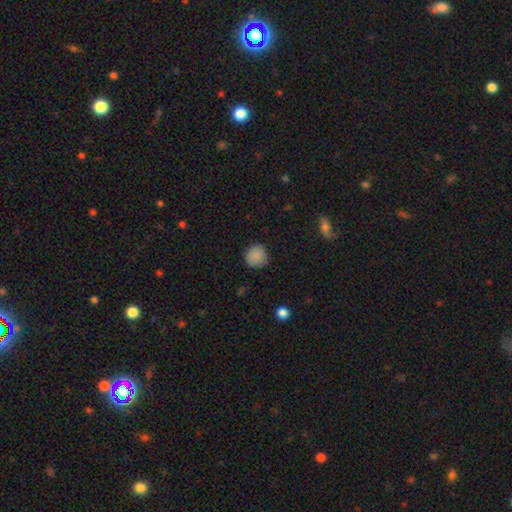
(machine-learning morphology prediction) smooth 88%, star or artifact 9%, featured or disk 4%. Down the decision tree: how rounded — round (92%); merging — none (87%).